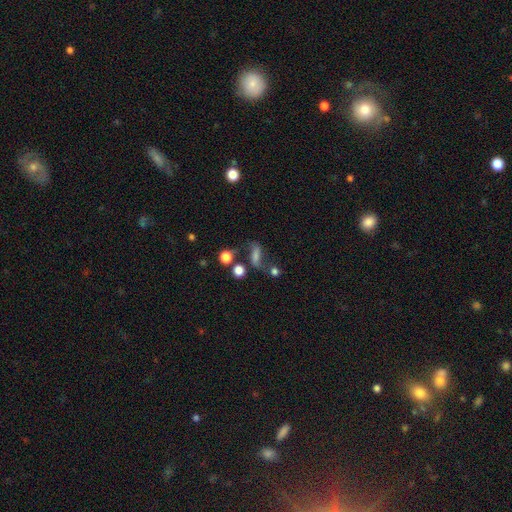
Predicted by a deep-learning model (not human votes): The model was most divided on "smooth or featured": featured or disk: 52%, smooth: 30%, star or artifact: 18%. More confident: edge-on disk — no (91%); merging — none (53%).